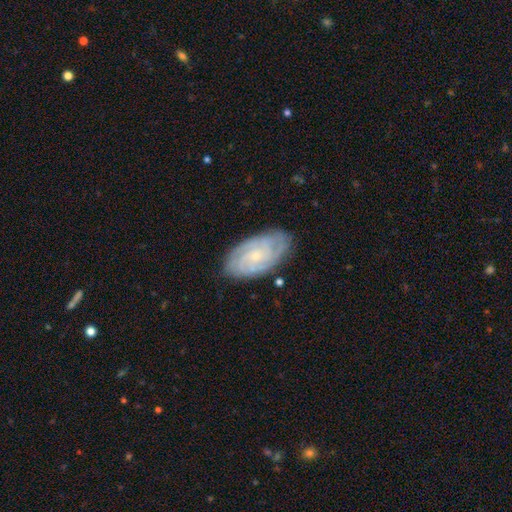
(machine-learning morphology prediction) This is likely a featured or disk galaxy (80%). It is clearly not viewed edge-on (96%). Bar: likely no (70%). Spiral arm pattern: clearly yes (96%). Spiral arm count: marginally can't tell (28%). Spiral winding: likely tight (73%). Central bulge: likely small (74%). Merging: clearly none (81%).